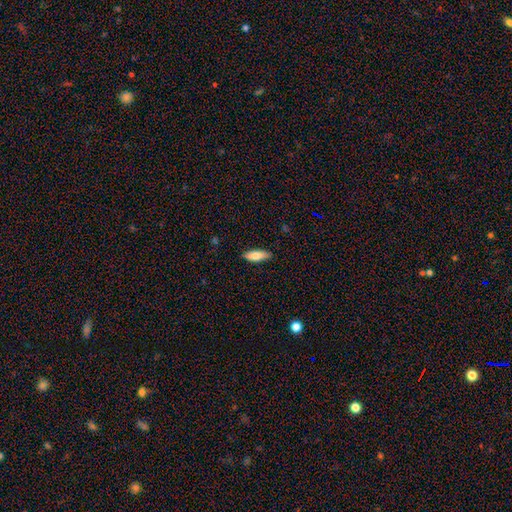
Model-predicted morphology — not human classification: Smooth or featured?
  - smooth: 80% *
  - featured or disk: 14%
  - star or artifact: 6%
How rounded?
  - in between: 60% *
  - cigar-shaped: 38%
  - round: 2%
Merging?
  - none: 86% *
  - minor disturbance: 11%
  - major disturbance: 2%
  - merger: 1%